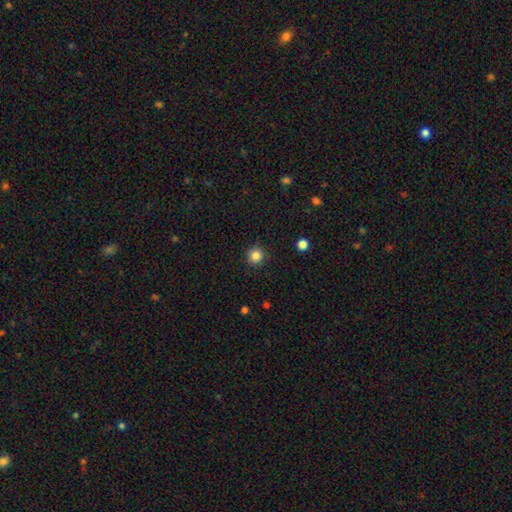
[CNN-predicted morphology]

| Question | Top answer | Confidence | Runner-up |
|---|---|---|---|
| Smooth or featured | smooth | 84% | star or artifact (11%) |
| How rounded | round | 94% | in between (5%) |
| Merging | none | 90% | minor disturbance (7%) |